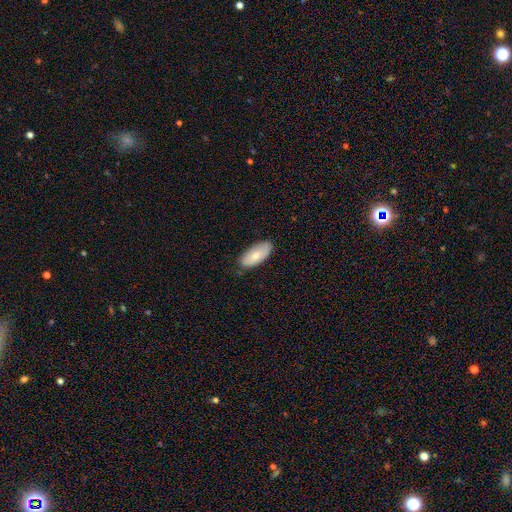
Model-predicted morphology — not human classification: This appears to be a smooth galaxy with no disk features (76%) that is in between round and cigar-shaped (90%). Merging: none (82%).